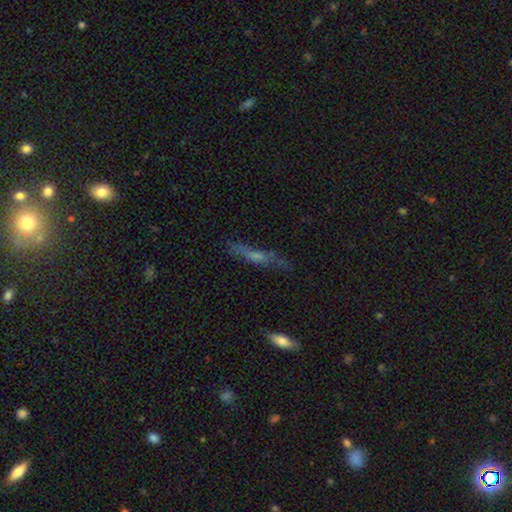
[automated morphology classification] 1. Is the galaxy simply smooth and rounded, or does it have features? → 47% featured or disk, 39% smooth, 13% star or artifact.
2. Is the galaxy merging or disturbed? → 67% none, 21% minor disturbance, 9% major disturbance, 4% merger.